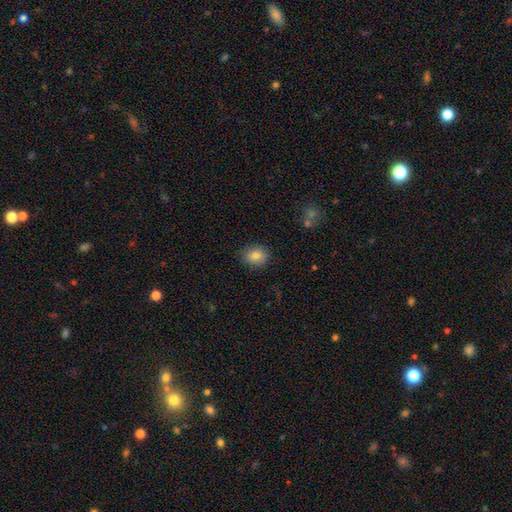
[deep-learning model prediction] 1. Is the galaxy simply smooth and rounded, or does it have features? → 81% smooth, 10% featured or disk, 9% star or artifact.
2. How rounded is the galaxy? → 51% round, 48% in between, 1% cigar-shaped.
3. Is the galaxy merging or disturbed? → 86% none, 10% minor disturbance, 2% major disturbance, 1% merger.